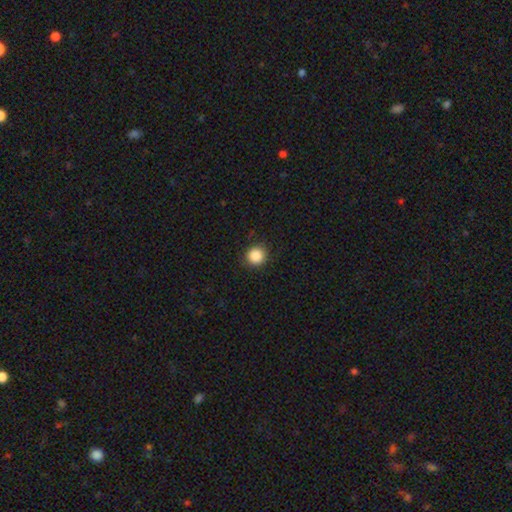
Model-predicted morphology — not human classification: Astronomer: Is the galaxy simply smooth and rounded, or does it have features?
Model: smooth — 88%.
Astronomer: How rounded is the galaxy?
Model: round — 92%.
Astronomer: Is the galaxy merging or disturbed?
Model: none — 89%.